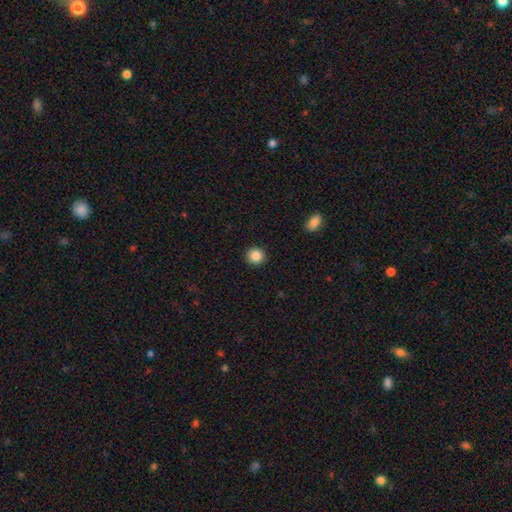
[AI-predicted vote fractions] Smooth or featured? Predicted: smooth (p=0.87). How rounded? Predicted: round (p=0.93). Merging? Predicted: none (p=0.93).